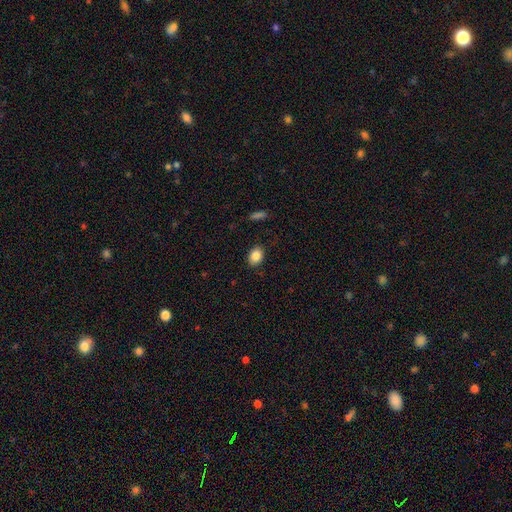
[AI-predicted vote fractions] The model was most divided on "how rounded": in between: 70%, round: 28%, cigar-shaped: 1%. More confident: merging — none (86%); smooth or featured — smooth (86%).